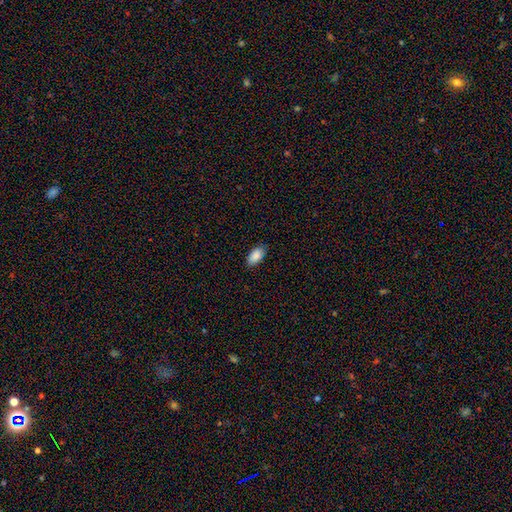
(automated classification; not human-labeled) Q: Smooth or featured?
A: smooth (89%); runner-up: star or artifact (7%)
Q: How rounded?
A: in between (94%); runner-up: cigar-shaped (4%)
Q: Merging?
A: none (85%); runner-up: minor disturbance (12%)